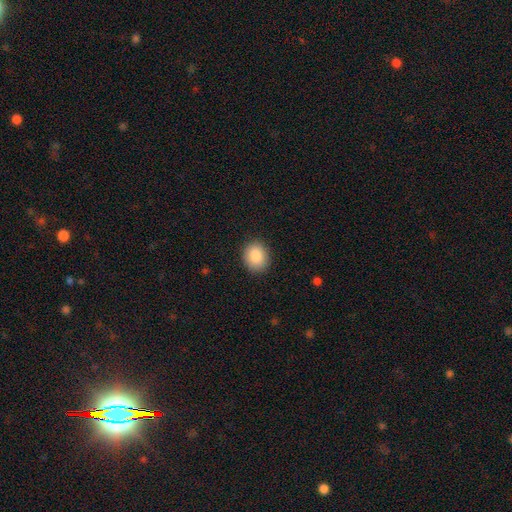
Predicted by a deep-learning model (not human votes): Smooth or featured: smooth — 87% (star or artifact — 8%)
How rounded: round — 60% (in between — 39%)
Merging: none — 88% (minor disturbance — 8%)